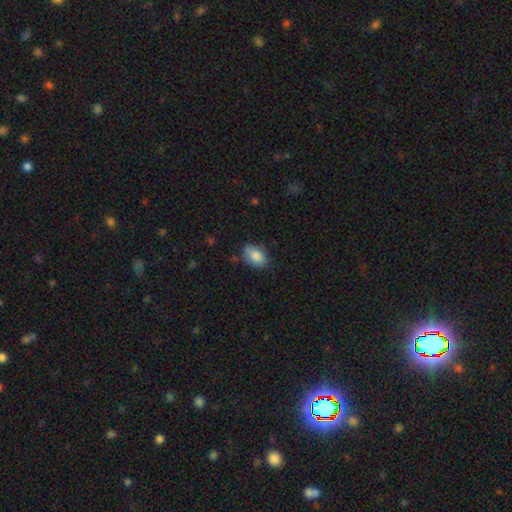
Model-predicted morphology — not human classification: Smooth or featured? Predicted: smooth (p=0.84). How rounded? Predicted: in between (p=0.85). Merging? Predicted: none (p=0.69).